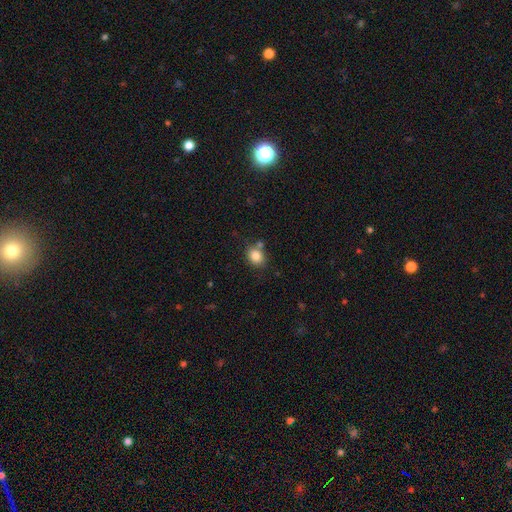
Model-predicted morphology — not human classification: A smooth galaxy with no disk features (83%) that is round (53%).

Vote fractions:
- Smooth or featured? smooth: 83% / star or artifact: 10% / featured or disk: 7%
- How rounded? round: 53% / in between: 46% / cigar-shaped: 1%
- Merging? none: 71% / minor disturbance: 13% / merger: 13% / major disturbance: 3%